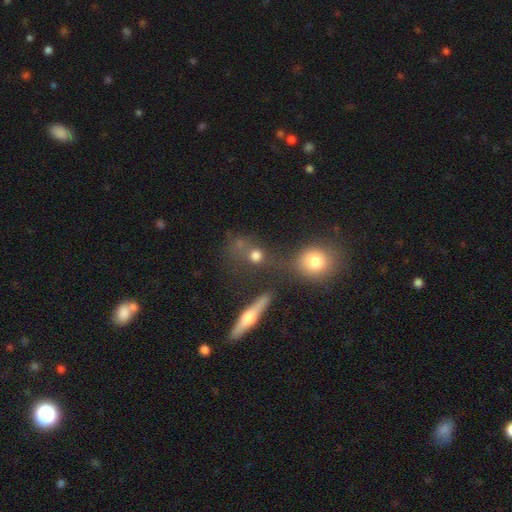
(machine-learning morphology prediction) A smooth galaxy with no disk features (70%) that is round (78%). Merging: none (54%).